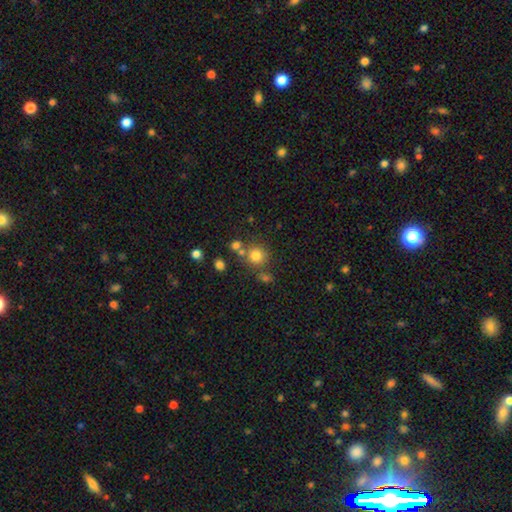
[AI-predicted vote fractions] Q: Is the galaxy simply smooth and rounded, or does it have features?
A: smooth — 77%.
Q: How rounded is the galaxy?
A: round — 91%.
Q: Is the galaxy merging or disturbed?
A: none — 69%.